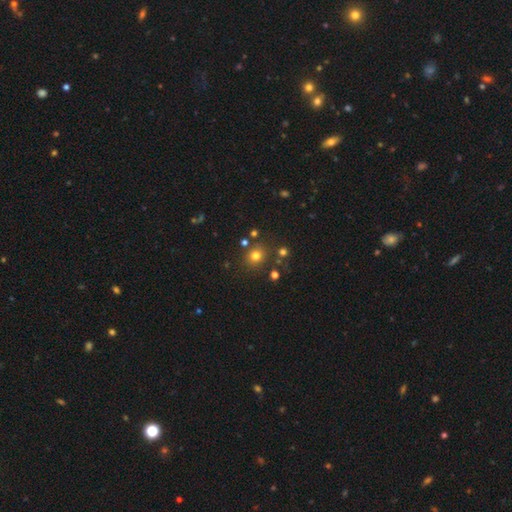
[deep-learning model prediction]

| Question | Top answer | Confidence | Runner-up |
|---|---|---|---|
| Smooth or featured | smooth | 74% | star or artifact (18%) |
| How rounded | round | 83% | in between (16%) |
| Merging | none | 81% | minor disturbance (9%) |